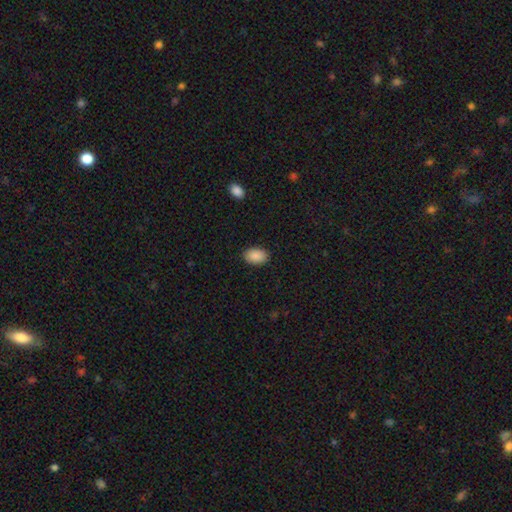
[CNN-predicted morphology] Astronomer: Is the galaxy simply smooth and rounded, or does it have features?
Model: smooth — 90%.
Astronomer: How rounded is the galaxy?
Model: in between — 88%.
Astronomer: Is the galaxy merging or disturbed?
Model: none — 89%.